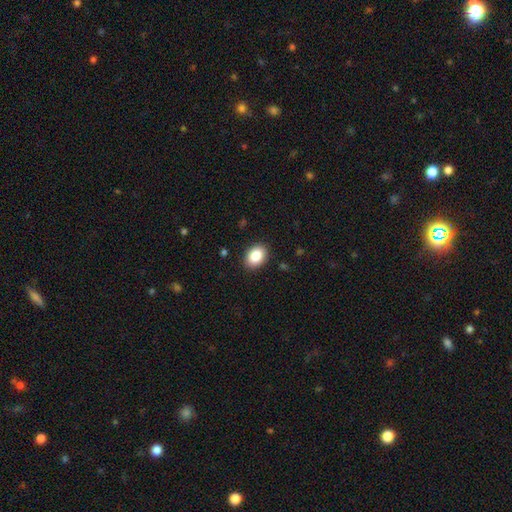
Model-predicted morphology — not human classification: smooth_or_featured: smooth (p=0.87) [alt: star or artifact p=0.08]
how_rounded: in between (p=0.75) [alt: round p=0.24]
merging: none (p=0.89) [alt: minor disturbance p=0.08]